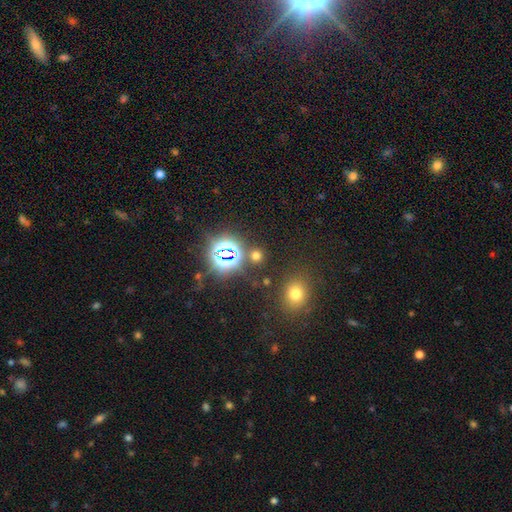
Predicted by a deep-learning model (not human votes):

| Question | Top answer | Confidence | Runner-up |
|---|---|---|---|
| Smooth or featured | smooth | 53% | star or artifact (42%) |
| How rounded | round | 84% | in between (14%) |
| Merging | none | 82% | merger (7%) |